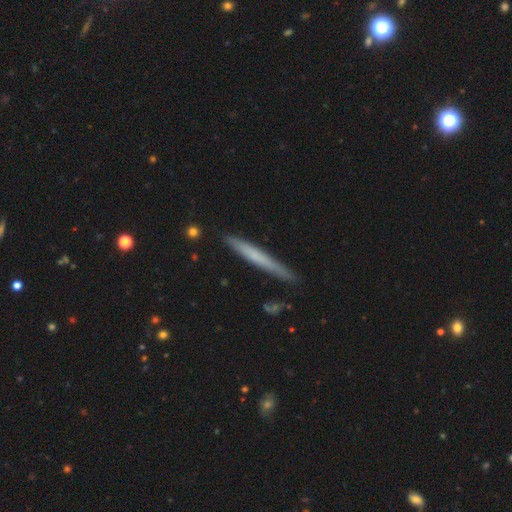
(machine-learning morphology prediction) Overall: smooth (55%; featured or disk 39%). How rounded: cigar-shaped (97%). Merging: none (85%).